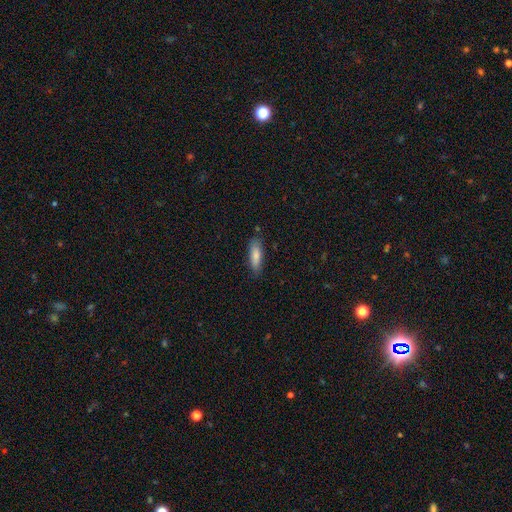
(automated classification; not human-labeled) Q: Smooth or featured?
A: smooth (82%); runner-up: featured or disk (12%)
Q: How rounded?
A: cigar-shaped (50%); runner-up: in between (48%)
Q: Merging?
A: none (81%); runner-up: minor disturbance (14%)